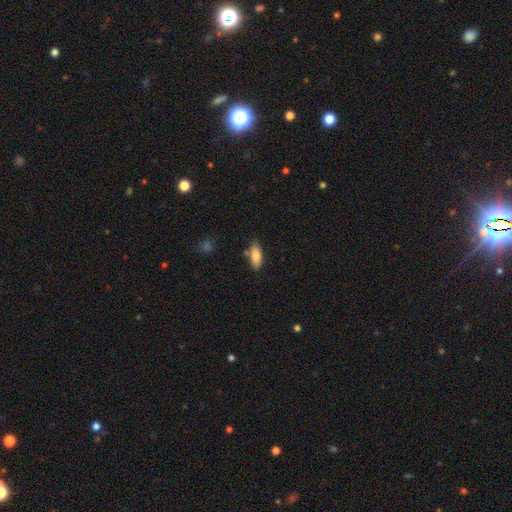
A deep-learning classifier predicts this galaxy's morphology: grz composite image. It shows a smooth galaxy with no disk features (82%) that is in between round and cigar-shaped (77%). Merging: none (75%).